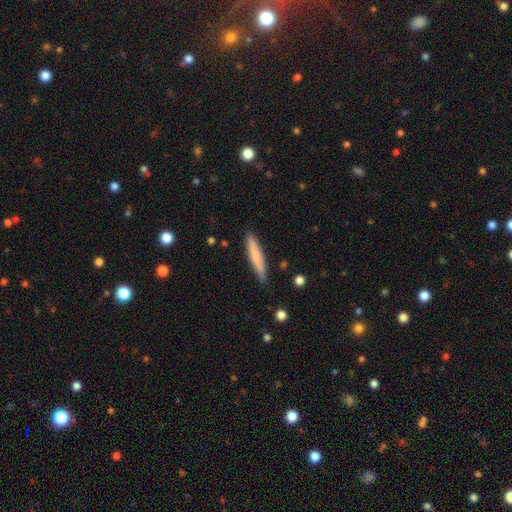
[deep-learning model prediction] Smooth or featured?
  - smooth: 70% *
  - featured or disk: 24%
  - star or artifact: 6%
How rounded?
  - cigar-shaped: 93% *
  - in between: 6%
  - round: 1%
Merging?
  - none: 88% *
  - minor disturbance: 9%
  - major disturbance: 2%
  - merger: 1%